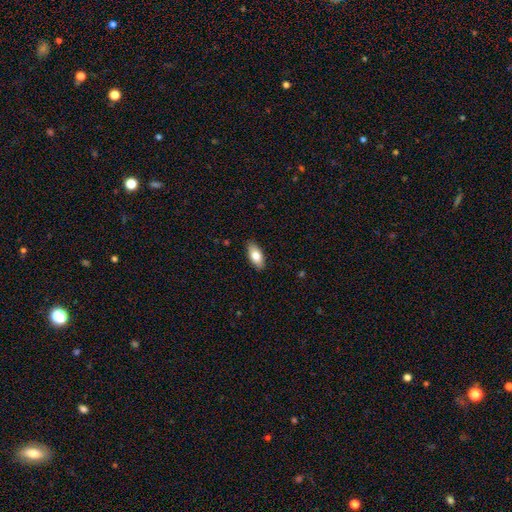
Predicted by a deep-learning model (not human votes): This is likely a smooth galaxy (79%). How rounded: clearly in between (88%). Merging: clearly none (88%).